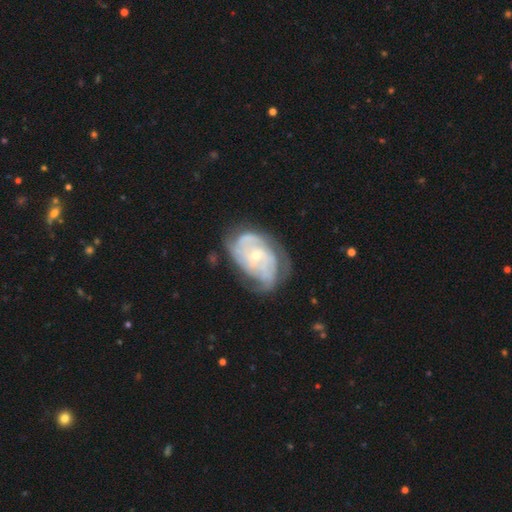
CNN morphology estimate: smooth_or_featured: featured or disk (p=0.83) [alt: smooth p=0.12]
disk_edge_on: no (p=0.97) [alt: yes p=0.03]
bar: no (p=0.73) [alt: weak p=0.22]
has_spiral_arms: yes (p=0.91) [alt: no p=0.09]
spiral_winding: tight (p=0.64) [alt: medium p=0.28]
spiral_arm_count: can't tell (p=0.39) [alt: 3 p=0.20]
bulge_size: small (p=0.66) [alt: moderate p=0.30]
merging: none (p=0.56) [alt: minor disturbance p=0.27]